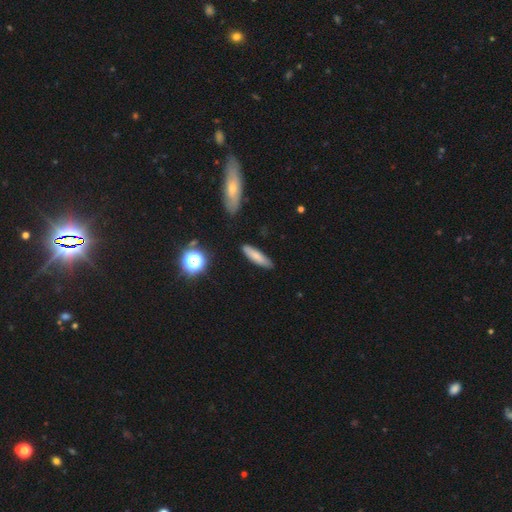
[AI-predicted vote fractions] Q: Smooth or featured?
A: smooth (77%); runner-up: featured or disk (15%)
Q: How rounded?
A: cigar-shaped (72%); runner-up: in between (26%)
Q: Merging?
A: none (84%); runner-up: minor disturbance (11%)